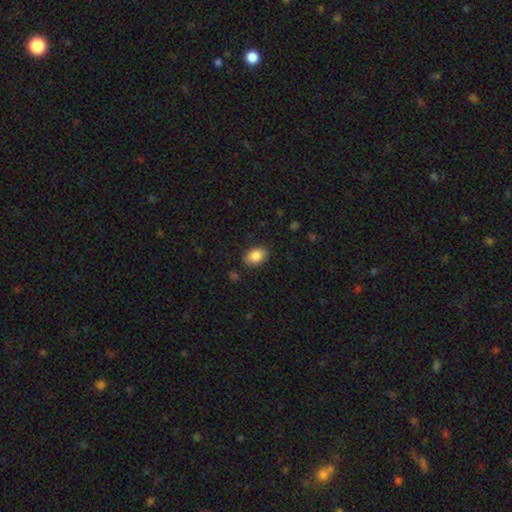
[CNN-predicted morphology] Smooth or featured: smooth — 87% (star or artifact — 7%)
How rounded: in between — 82% (round — 17%)
Merging: none — 85% (minor disturbance — 12%)